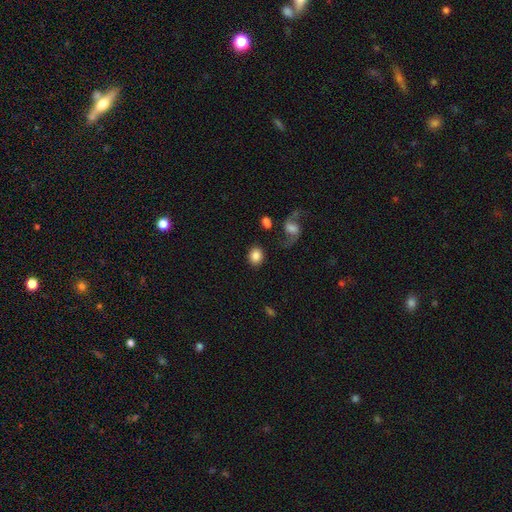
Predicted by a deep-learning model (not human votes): smooth-or-featured: smooth: 81% | featured or disk: 11% | star or artifact: 8%
  how-rounded: round: 60% | in between: 38% | cigar-shaped: 1%
  merging: none: 80% | minor disturbance: 11% | major disturbance: 5% | merger: 4%